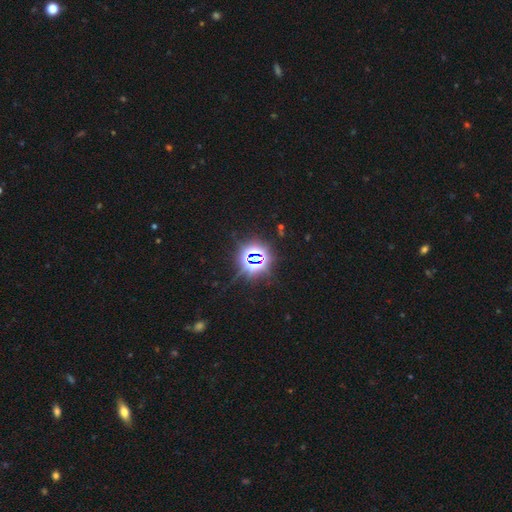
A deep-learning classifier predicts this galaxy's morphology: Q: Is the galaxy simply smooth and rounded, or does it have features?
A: star or artifact — 82%.